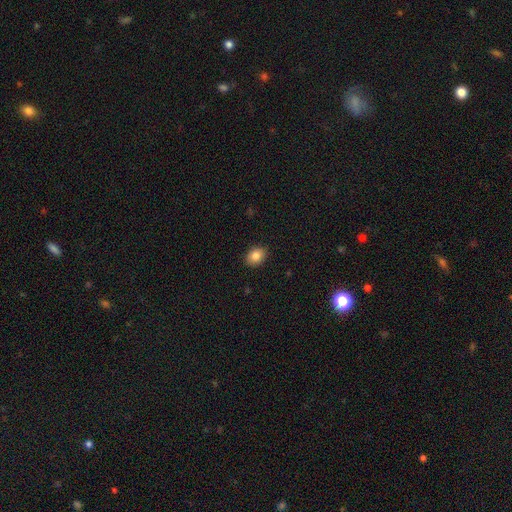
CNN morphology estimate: Smooth or featured? Predicted: smooth (p=0.85). How rounded? Predicted: in between (p=0.62). Merging? Predicted: none (p=0.89).